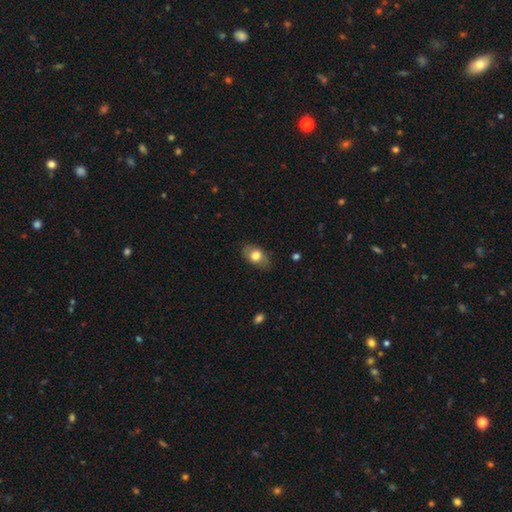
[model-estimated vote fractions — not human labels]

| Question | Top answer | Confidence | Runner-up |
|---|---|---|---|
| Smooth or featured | smooth | 76% | featured or disk (17%) |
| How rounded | in between | 87% | round (11%) |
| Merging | none | 80% | minor disturbance (15%) |